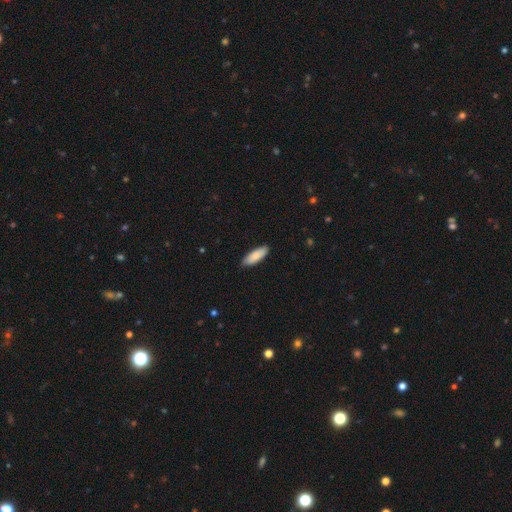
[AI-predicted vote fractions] smooth-or-featured: smooth: 87% | featured or disk: 8% | star or artifact: 5%
  how-rounded: in between: 63% | cigar-shaped: 35% | round: 1%
  merging: none: 87% | minor disturbance: 10% | major disturbance: 2% | merger: 1%